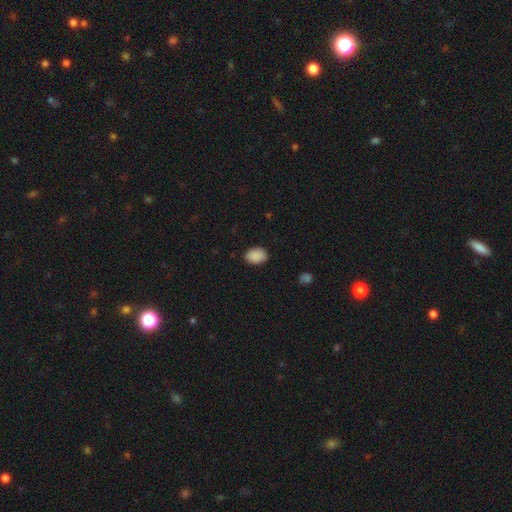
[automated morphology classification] type=smooth (89%); roundness=in between (80%); merging=none (84%).